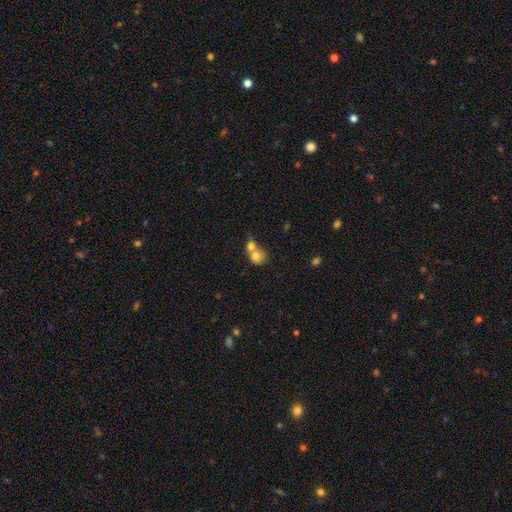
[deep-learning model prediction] Morphology: type=smooth (75%); roundness=round (73%); merging=merger (65%).